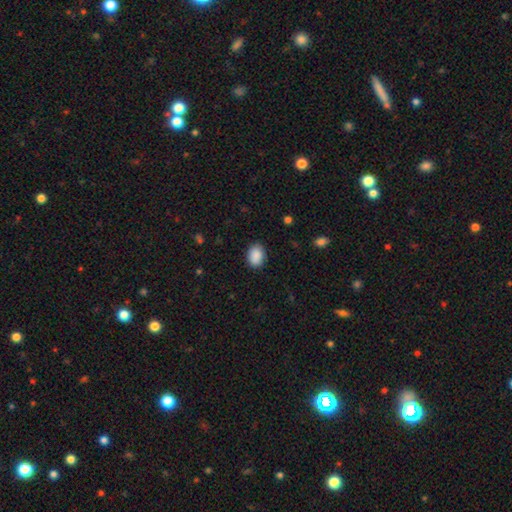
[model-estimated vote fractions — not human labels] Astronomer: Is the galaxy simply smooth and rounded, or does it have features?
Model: smooth — 90%.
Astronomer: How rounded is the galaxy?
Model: in between — 74%.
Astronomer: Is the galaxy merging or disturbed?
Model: none — 87%.